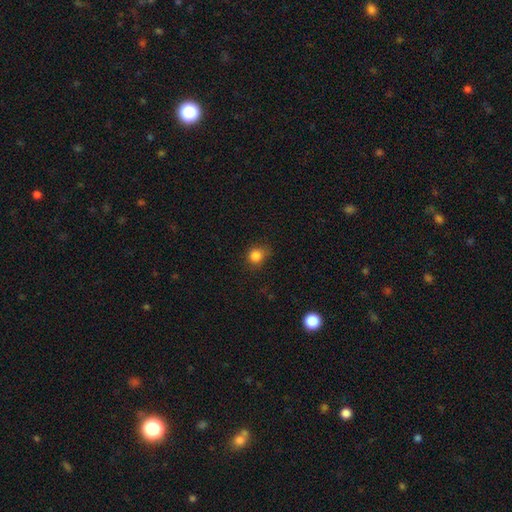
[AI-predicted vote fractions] Smooth or featured? smooth (83%)
How rounded? round (77%)
Merging? none (70%)